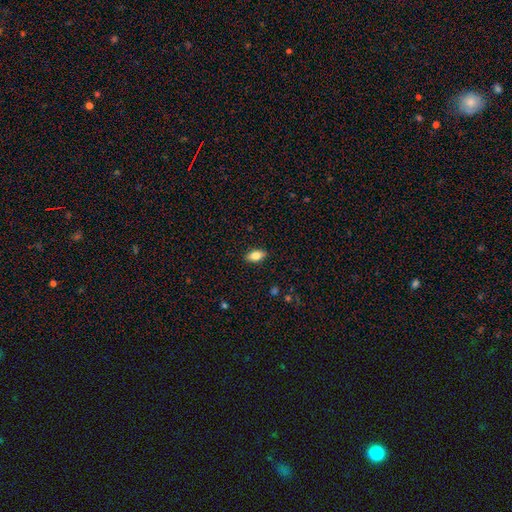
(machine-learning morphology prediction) A smooth galaxy with no disk features (78%) that is in between round and cigar-shaped (87%).

Vote fractions:
- Smooth or featured? smooth: 78% / featured or disk: 14% / star or artifact: 8%
- How rounded? in between: 87% / cigar-shaped: 8% / round: 4%
- Merging? none: 89% / minor disturbance: 8% / major disturbance: 2% / merger: 1%